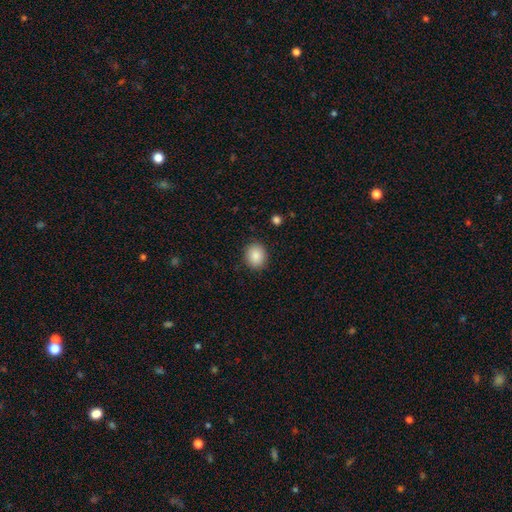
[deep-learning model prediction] This appears to be a smooth galaxy with no disk features (87%) that is round (64%). Merging: none (88%).